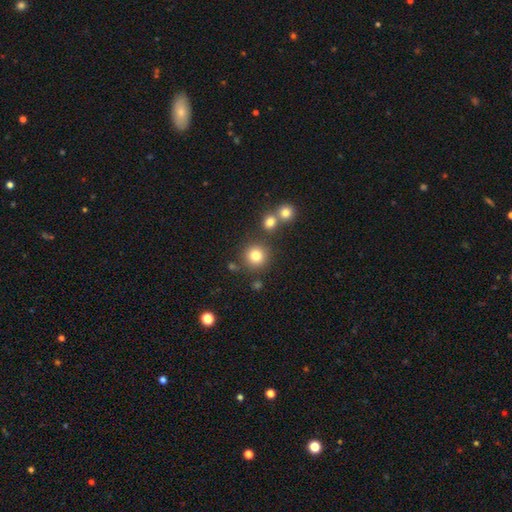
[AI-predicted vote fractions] A smooth galaxy with no disk features (80%) that is round (93%). Merging: none (80%).